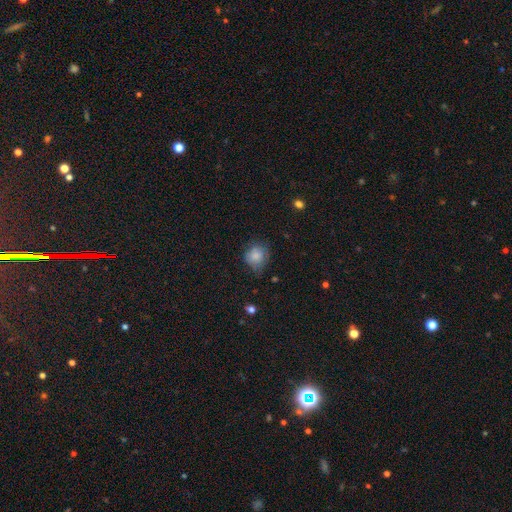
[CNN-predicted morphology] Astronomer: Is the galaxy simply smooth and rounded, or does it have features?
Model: smooth — 80%.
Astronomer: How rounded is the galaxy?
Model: round — 74%.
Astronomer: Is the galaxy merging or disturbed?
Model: none — 55% (runner-up: minor disturbance, 32%).